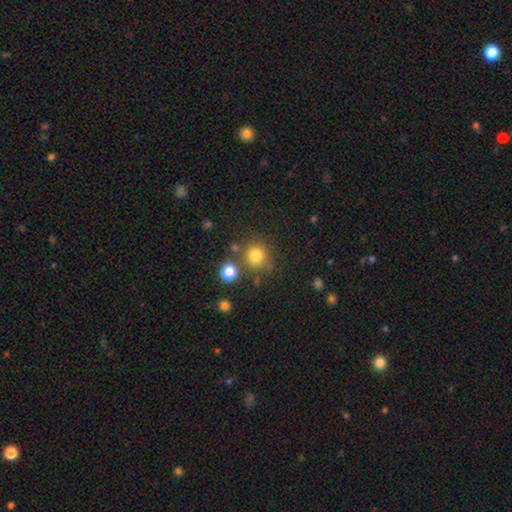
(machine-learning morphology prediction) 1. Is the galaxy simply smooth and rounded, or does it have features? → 80% smooth, 14% star or artifact, 7% featured or disk.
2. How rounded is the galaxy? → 91% round, 8% in between, 1% cigar-shaped.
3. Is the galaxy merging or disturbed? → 75% none, 12% merger, 10% minor disturbance, 4% major disturbance.